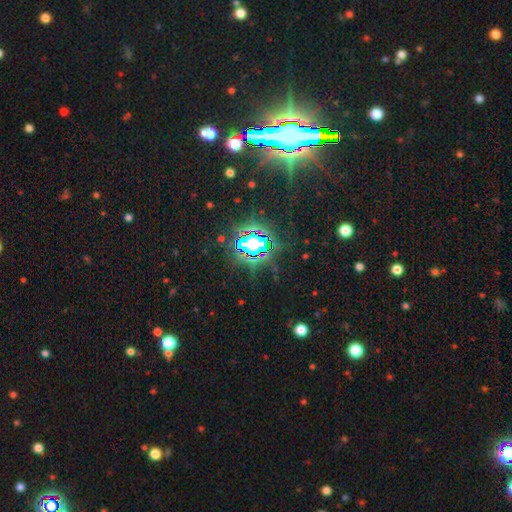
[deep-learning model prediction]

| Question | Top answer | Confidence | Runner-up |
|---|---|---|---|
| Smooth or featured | star or artifact | 85% | featured or disk (8%) |